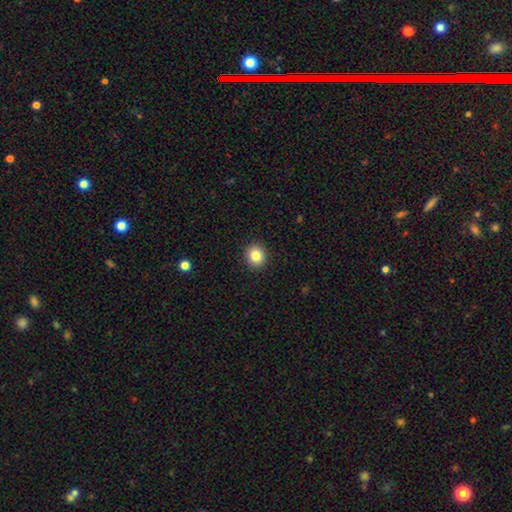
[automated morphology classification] Overall: smooth (83%). How rounded: round (83%). Merging: none (92%).